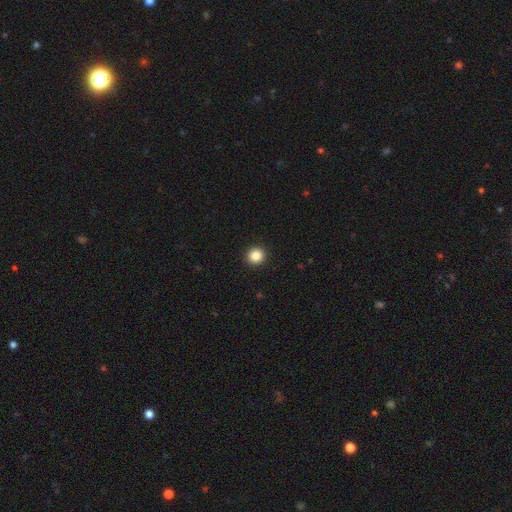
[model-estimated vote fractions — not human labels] smooth-or-featured: smooth: 87% | star or artifact: 10% | featured or disk: 3%
  how-rounded: round: 93% | in between: 6% | cigar-shaped: 1%
  merging: none: 93% | minor disturbance: 4% | major disturbance: 2% | merger: 1%